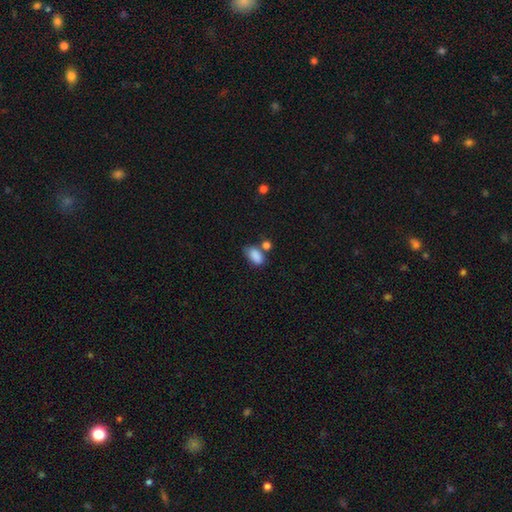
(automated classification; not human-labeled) A smooth galaxy with no disk features (86%) that is in between round and cigar-shaped (90%). Merging: none (53%).